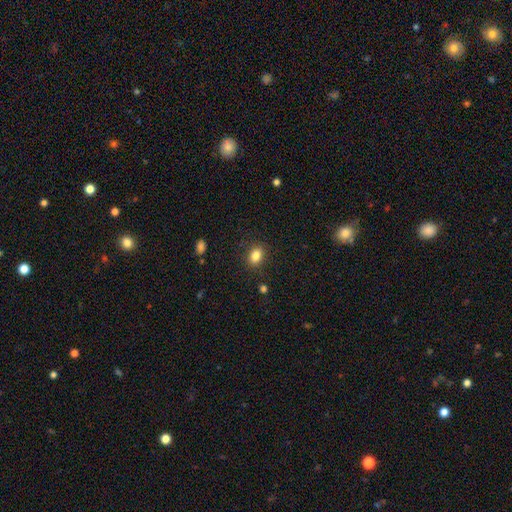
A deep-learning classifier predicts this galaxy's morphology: Overall: smooth (84%). How rounded: in between (67%; round 32%). Merging: none (86%).